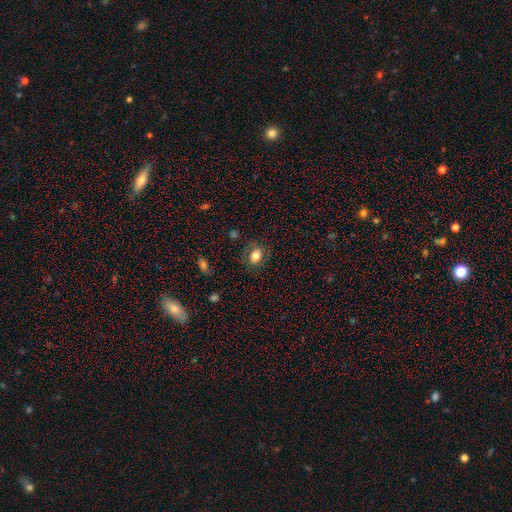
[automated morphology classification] smooth 81%, star or artifact 9%, featured or disk 9%. Down the decision tree: how rounded — in between (73%); merging — none (78%).